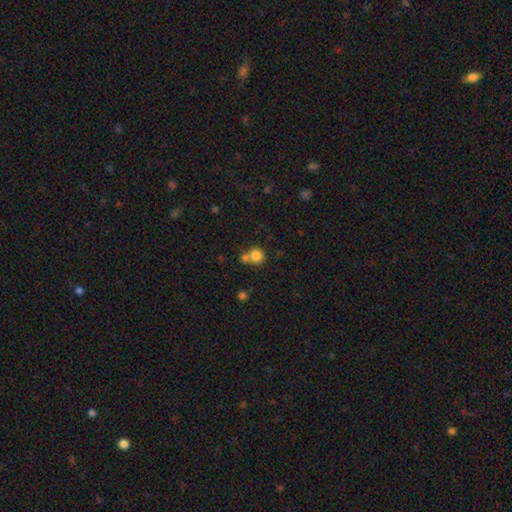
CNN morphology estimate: This is clearly a smooth galaxy (82%). How rounded: clearly round (89%). Merging: possibly none (54%).